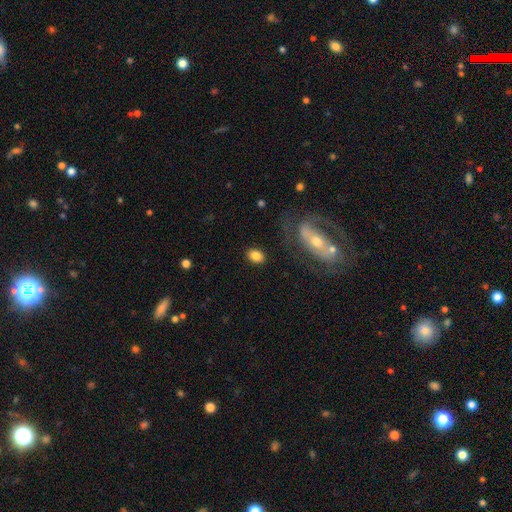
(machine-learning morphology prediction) Smooth or featured?
  - smooth: 82% *
  - featured or disk: 10%
  - star or artifact: 8%
How rounded?
  - in between: 75% *
  - round: 23%
  - cigar-shaped: 2%
Merging?
  - none: 84% *
  - minor disturbance: 9%
  - major disturbance: 4%
  - merger: 3%